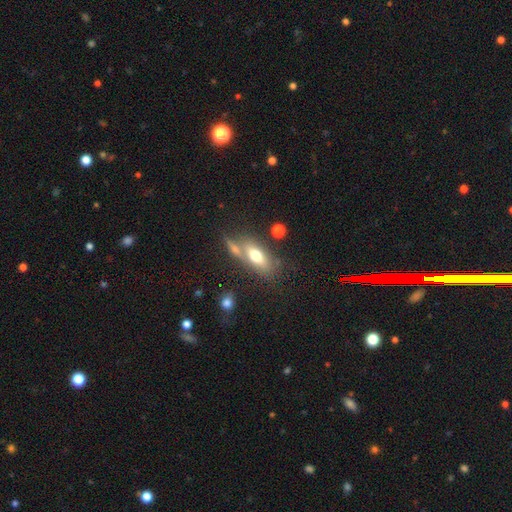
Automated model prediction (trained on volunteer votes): A smooth galaxy with no disk features (62%) that is in between round and cigar-shaped (74%).

Vote fractions:
- Smooth or featured? smooth: 62% / featured or disk: 29% / star or artifact: 9%
- How rounded? in between: 74% / cigar-shaped: 21% / round: 5%
- Merging? none: 56% / merger: 22% / minor disturbance: 15% / major disturbance: 7%